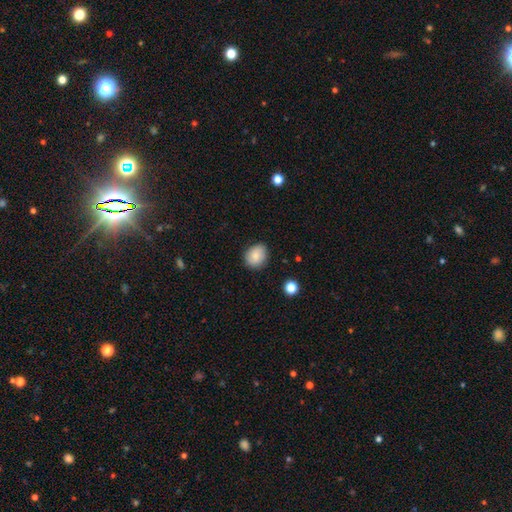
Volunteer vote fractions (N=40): smooth-or-featured: smooth: 82% | featured or disk: 10% | star or artifact: 8%
  how-rounded: round: 61% | in between: 39% | cigar-shaped: 0%
  merging: none: 70% | minor disturbance: 30% | major disturbance: 0% | merger: 0%